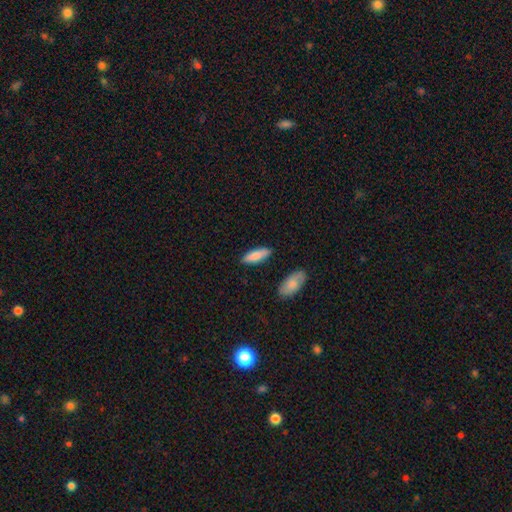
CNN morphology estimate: The model was most divided on "how rounded": in between: 59%, cigar-shaped: 39%, round: 2%. More confident: merging — none (83%); smooth or featured — smooth (82%).